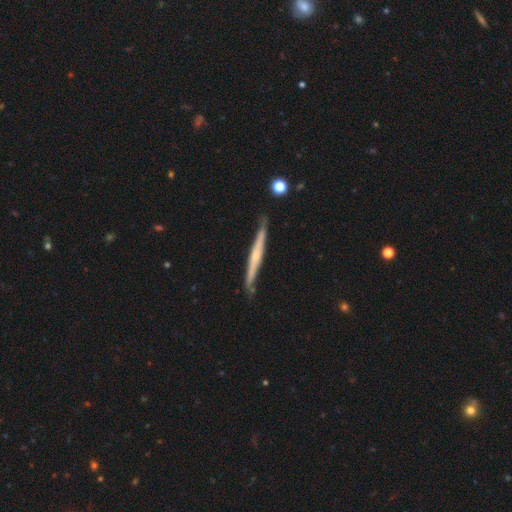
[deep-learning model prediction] A featured or disk galaxy (68%) viewed edge-on (95%) with a rounded central bulge (47%).

Vote fractions:
- Smooth or featured? featured or disk: 68% / smooth: 27% / star or artifact: 5%
- Edge-on disk? yes: 95% / no: 5%
- Edge-on bulge? rounded: 47% / none: 45% / boxy: 8%
- Merging? none: 77% / minor disturbance: 17% / major disturbance: 3% / merger: 2%